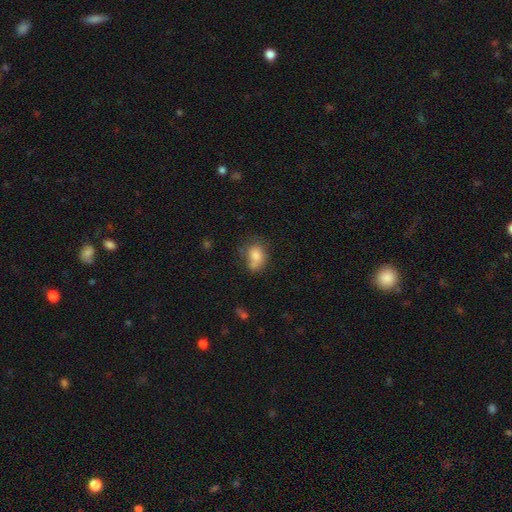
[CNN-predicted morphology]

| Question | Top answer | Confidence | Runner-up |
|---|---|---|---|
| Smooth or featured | smooth | 78% | featured or disk (12%) |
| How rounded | in between | 64% | round (34%) |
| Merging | none | 44% | minor disturbance (25%) |